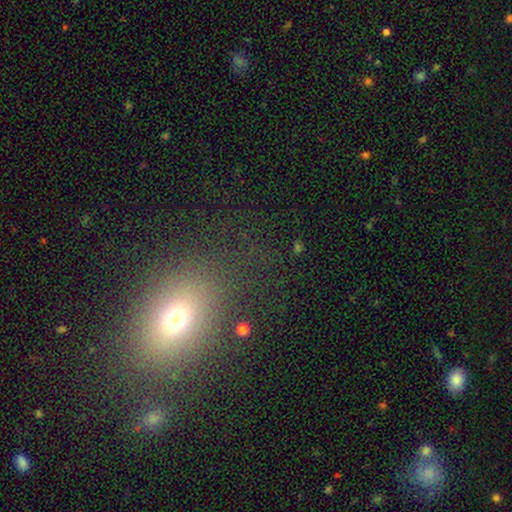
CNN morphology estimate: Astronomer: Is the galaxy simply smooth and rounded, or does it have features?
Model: smooth — 65%.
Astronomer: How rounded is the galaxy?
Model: in between — 70%.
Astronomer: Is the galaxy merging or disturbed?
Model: none — 80%.